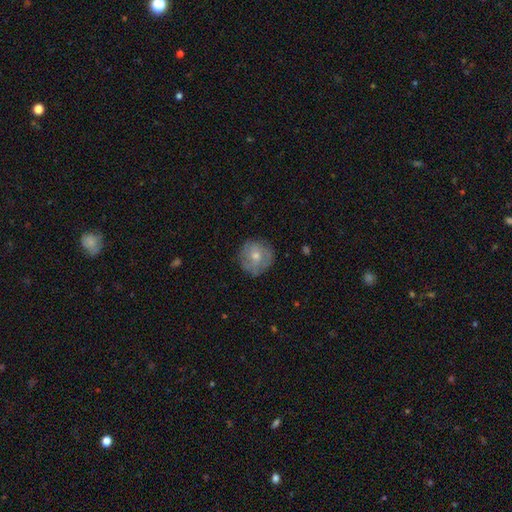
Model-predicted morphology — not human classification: Overall: smooth (49%; featured or disk 41%). Merging: none (81%).